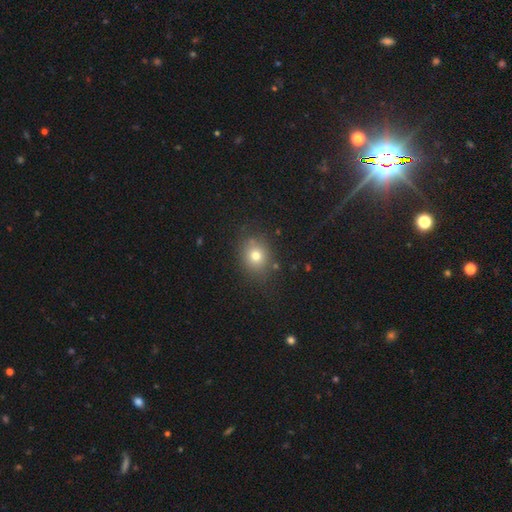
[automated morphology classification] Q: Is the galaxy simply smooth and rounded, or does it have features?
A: smooth — 74%.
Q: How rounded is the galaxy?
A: round — 66%.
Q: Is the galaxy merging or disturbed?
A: none — 81%.